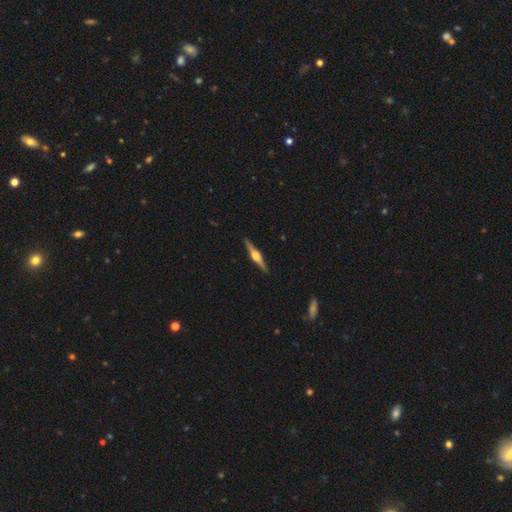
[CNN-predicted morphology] A featured or disk galaxy (80%) viewed edge-on (98%) with a rounded central bulge (94%).

Vote fractions:
- Smooth or featured? featured or disk: 80% / smooth: 15% / star or artifact: 5%
- Edge-on disk? yes: 98% / no: 2%
- Edge-on bulge? rounded: 94% / boxy: 5% / none: 2%
- Merging? none: 92% / minor disturbance: 6% / major disturbance: 1% / merger: 1%